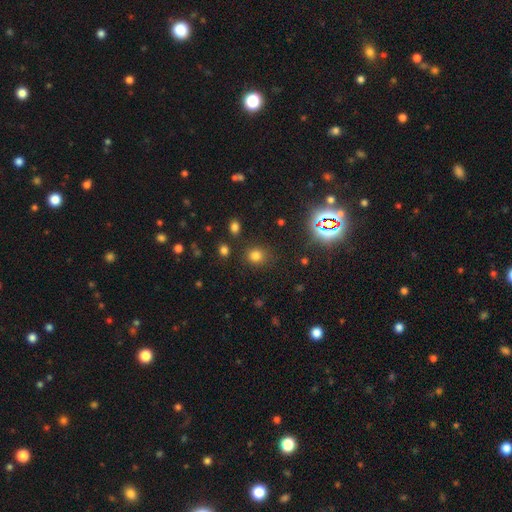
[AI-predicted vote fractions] Overall: smooth (75%). How rounded: round (79%). Merging: none (82%).